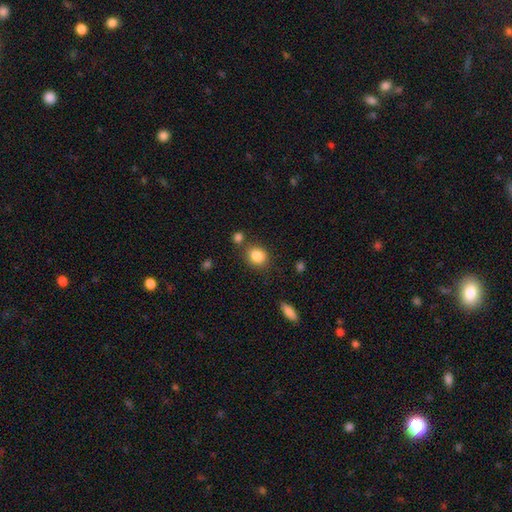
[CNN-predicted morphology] smooth-or-featured: smooth: 86% | star or artifact: 9% | featured or disk: 5%
  how-rounded: round: 64% | in between: 35% | cigar-shaped: 1%
  merging: none: 72% | minor disturbance: 13% | merger: 11% | major disturbance: 4%